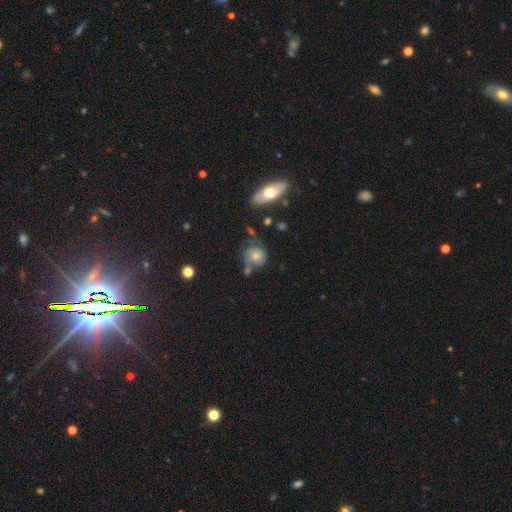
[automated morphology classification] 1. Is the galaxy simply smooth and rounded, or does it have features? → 45% smooth (tied), 45% featured or disk (tied), 10% star or artifact.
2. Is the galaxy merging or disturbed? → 52% none, 23% minor disturbance, 13% merger, 13% major disturbance.